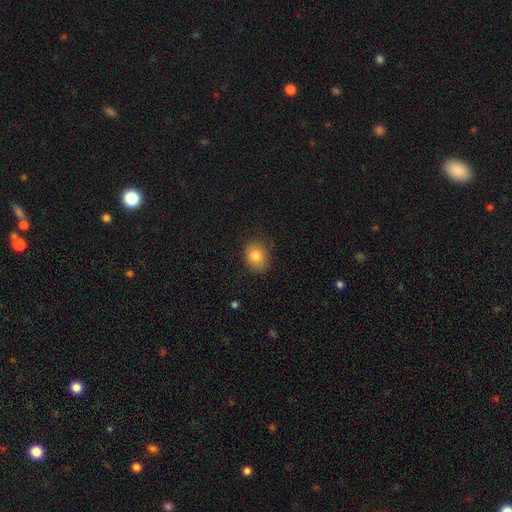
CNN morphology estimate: type=smooth (81%); roundness=in between (51%); merging=none (77%).